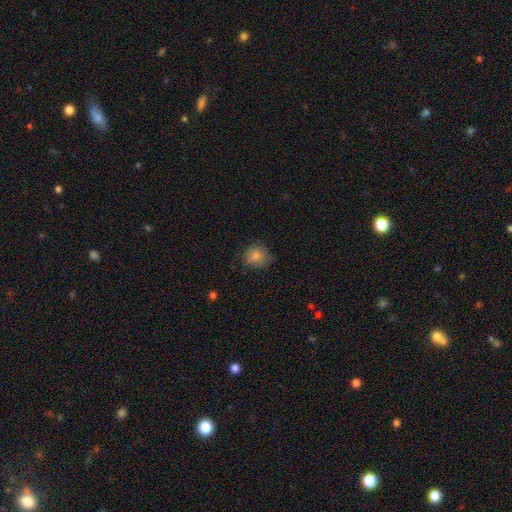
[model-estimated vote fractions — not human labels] This is likely a smooth galaxy (79%). How rounded: clearly round (83%). Merging: likely none (77%).